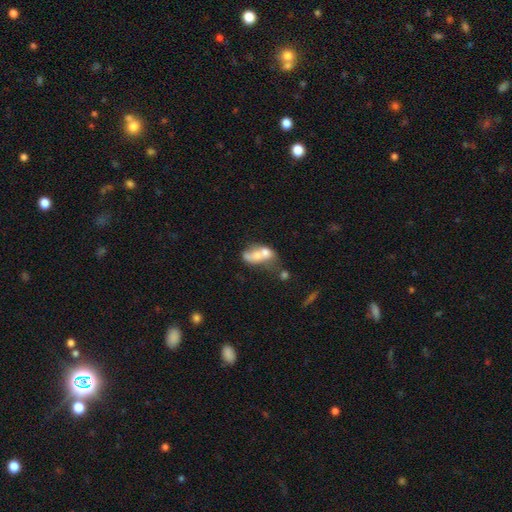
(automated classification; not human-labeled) The model was most divided on "smooth or featured": smooth: 53%, featured or disk: 37%, star or artifact: 10%. More confident: how rounded — in between (78%); merging — merger (64%).